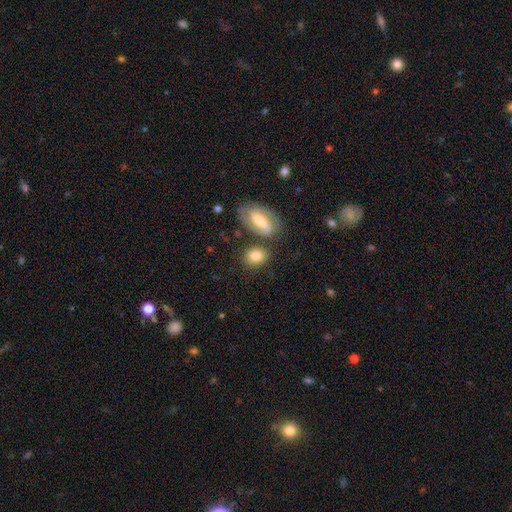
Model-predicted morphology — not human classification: smooth 79%, featured or disk 14%, star or artifact 7%. Down the decision tree: how rounded — in between (58%); merging — none (66%).